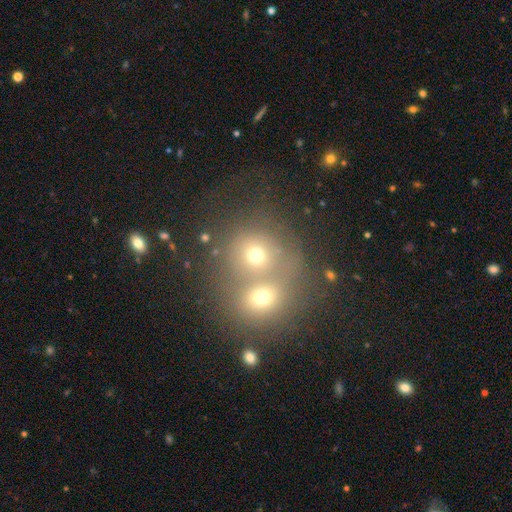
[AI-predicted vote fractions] smooth_or_featured: smooth (p=0.53) [alt: star or artifact p=0.26]
how_rounded: round (p=0.80) [alt: in between p=0.19]
merging: merger (p=0.67) [alt: none p=0.26]